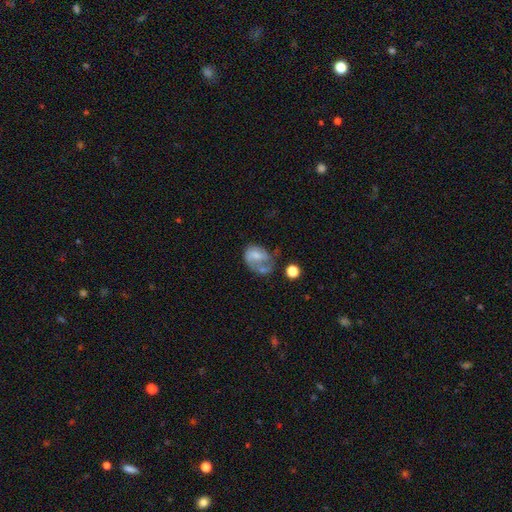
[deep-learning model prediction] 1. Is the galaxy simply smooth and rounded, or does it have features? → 45% smooth (tied), 45% featured or disk (tied), 10% star or artifact.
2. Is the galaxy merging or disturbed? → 30% major disturbance, 27% none, 22% minor disturbance, 21% merger.